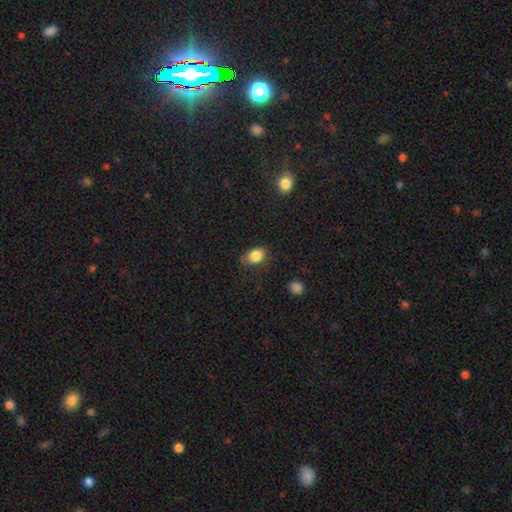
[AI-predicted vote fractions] Morphology: type=smooth (84%); roundness=in between (78%); merging=none (70%).